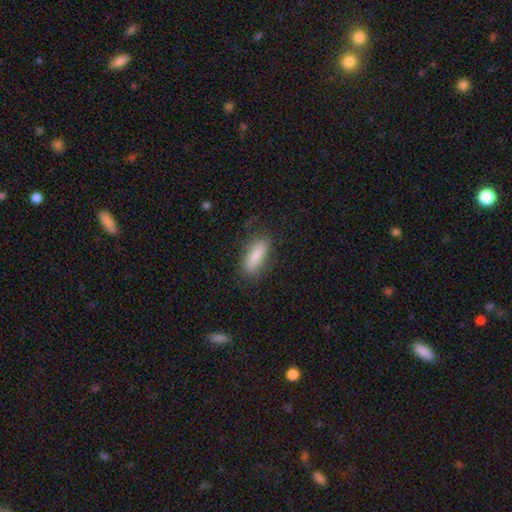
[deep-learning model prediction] Smooth or featured? Predicted: smooth (p=0.84). How rounded? Predicted: in between (p=0.64). Merging? Predicted: none (p=0.78).